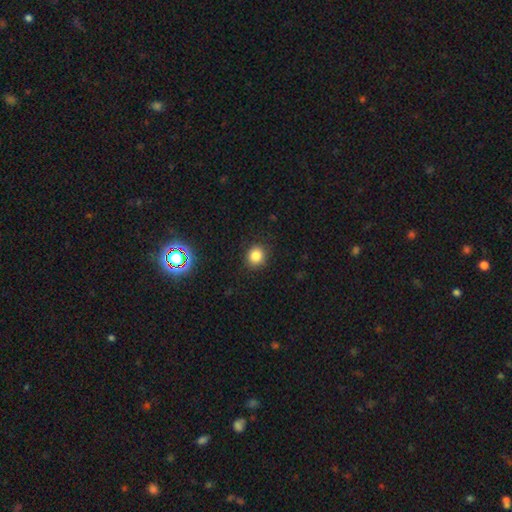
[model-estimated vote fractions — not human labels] A smooth galaxy with no disk features (83%) that is round (81%). Merging: none (88%).